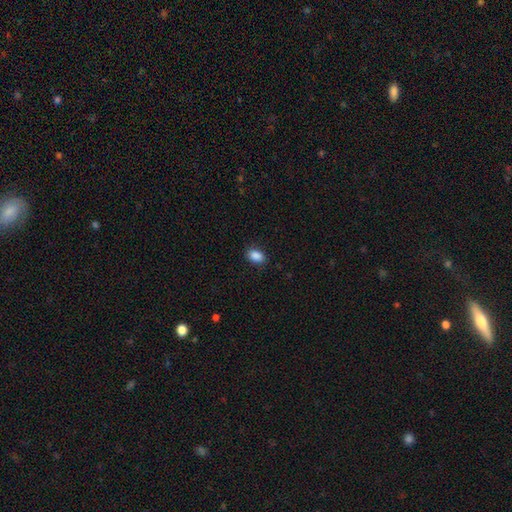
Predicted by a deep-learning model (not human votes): A smooth galaxy with no disk features (89%) that is in between round and cigar-shaped (84%).

Vote fractions:
- Smooth or featured? smooth: 89% / star or artifact: 8% / featured or disk: 3%
- How rounded? in between: 84% / round: 14% / cigar-shaped: 1%
- Merging? none: 86% / minor disturbance: 11% / major disturbance: 3% / merger: 1%